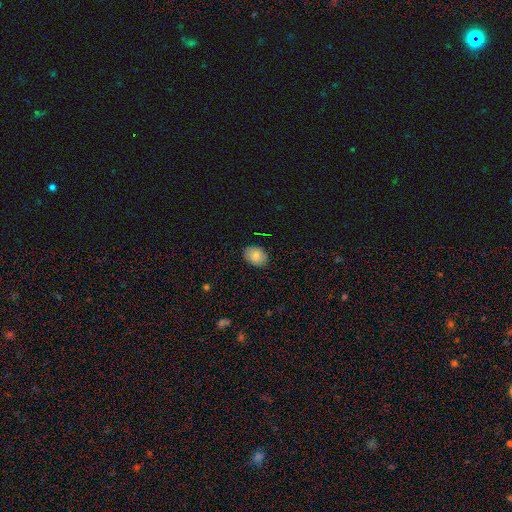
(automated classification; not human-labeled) The model was most divided on "how rounded": in between: 67%, round: 31%, cigar-shaped: 1%. More confident: merging — none (84%); smooth or featured — smooth (81%).